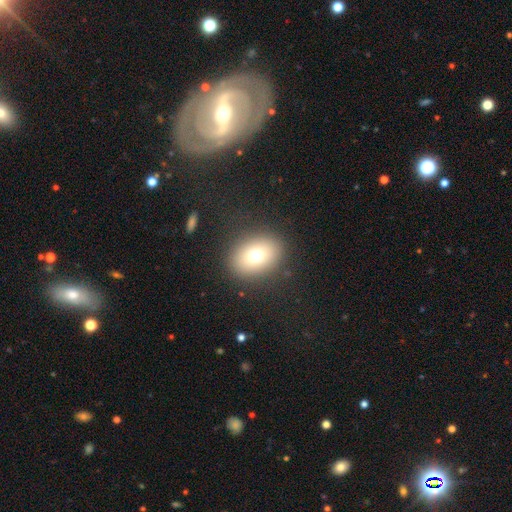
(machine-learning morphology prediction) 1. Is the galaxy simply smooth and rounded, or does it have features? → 72% smooth, 14% star or artifact, 14% featured or disk.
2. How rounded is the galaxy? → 56% in between, 43% round, 1% cigar-shaped.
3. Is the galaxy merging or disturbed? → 87% none, 8% minor disturbance, 4% major disturbance, 1% merger.